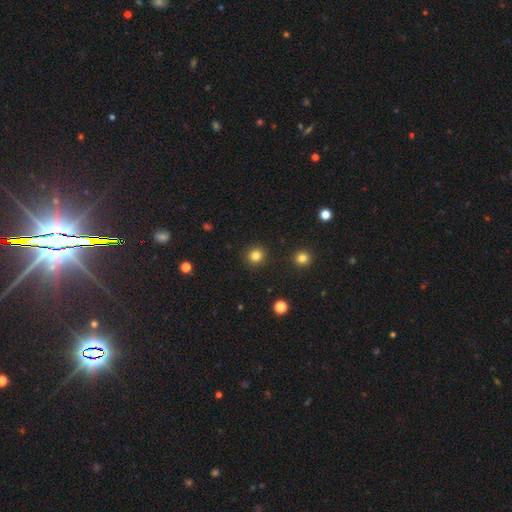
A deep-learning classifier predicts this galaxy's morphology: smooth_or_featured: smooth (p=0.82) [alt: star or artifact p=0.13]
how_rounded: round (p=0.89) [alt: in between p=0.10]
merging: none (p=0.91) [alt: minor disturbance p=0.05]